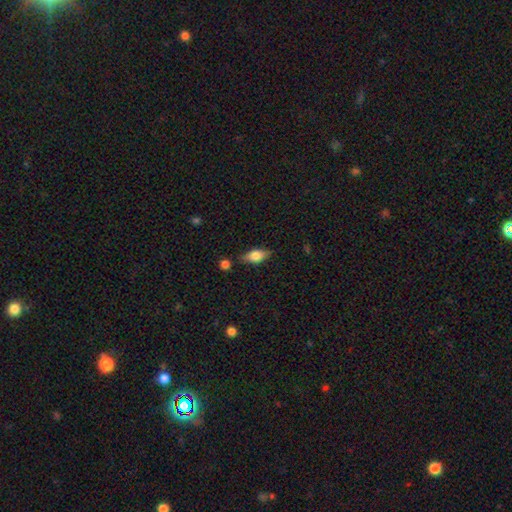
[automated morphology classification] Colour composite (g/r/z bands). It shows a smooth galaxy with no disk features (65%) that is in between round and cigar-shaped (79%). Merging: none (79%).